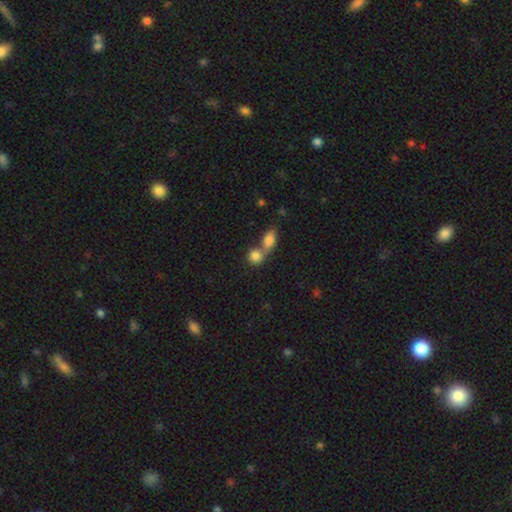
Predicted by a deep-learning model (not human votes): Smooth or featured: smooth — 83% (star or artifact — 9%)
How rounded: round — 67% (in between — 30%)
Merging: merger — 57% (none — 33%)